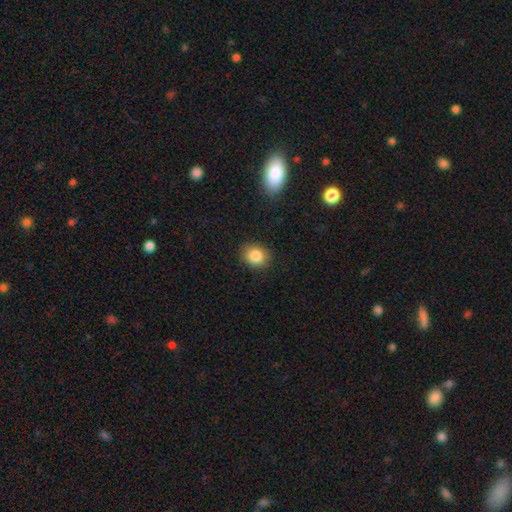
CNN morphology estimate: This appears to be a smooth galaxy with no disk features (85%) that is round (62%). Merging: none (88%).